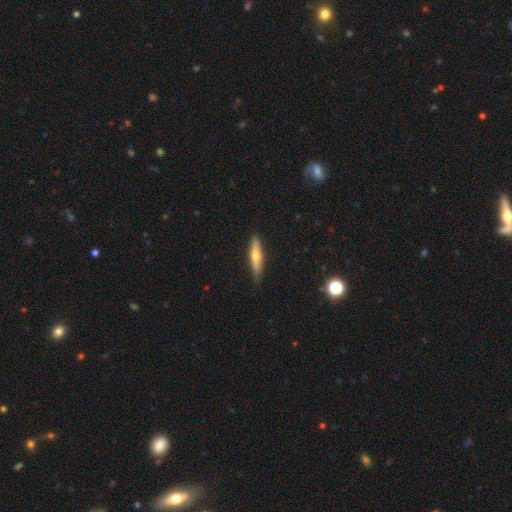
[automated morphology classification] smooth 54%, featured or disk 40%, star or artifact 6%. Down the decision tree: how rounded — cigar-shaped (82%); merging — none (85%).